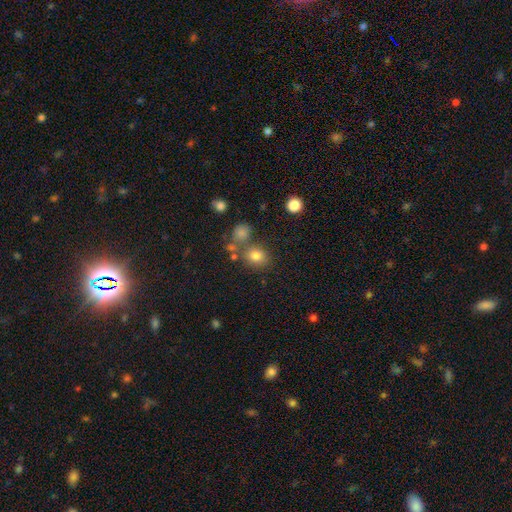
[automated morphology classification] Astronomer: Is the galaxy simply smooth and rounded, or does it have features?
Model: smooth — 77%.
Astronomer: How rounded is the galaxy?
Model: round — 73%.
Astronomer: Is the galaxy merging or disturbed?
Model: none — 68%.